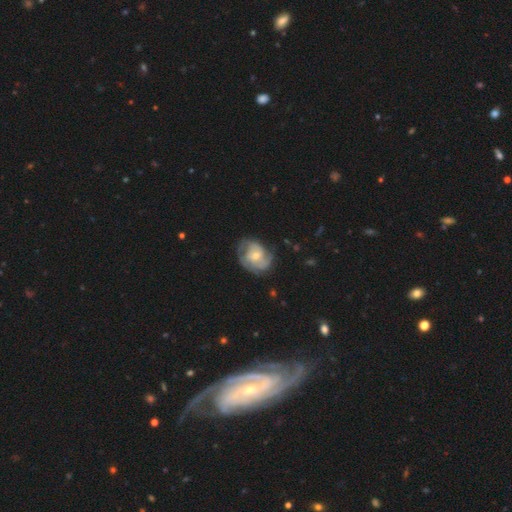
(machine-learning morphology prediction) Smooth or featured?
  - featured or disk: 73% *
  - smooth: 21%
  - star or artifact: 6%
Edge-on disk?
  - no: 98% *
  - yes: 2%
Bar?
  - no: 62% *
  - weak: 32%
  - strong: 6%
Spiral arms?
  - yes: 89% *
  - no: 11%
Spiral winding?
  - tight: 44% *
  - medium: 41%
  - loose: 15%
Spiral arm count?
  - 2: 33% *
  - can't tell: 28%
  - 3: 24%
  - 4: 7%
  - 1: 5%
  - more than 4: 4%
Bulge size?
  - small: 51% *
  - moderate: 42%
  - large: 3%
  - none: 3%
  - dominant: 1%
Merging?
  - none: 63% *
  - minor disturbance: 23%
  - major disturbance: 12%
  - merger: 1%